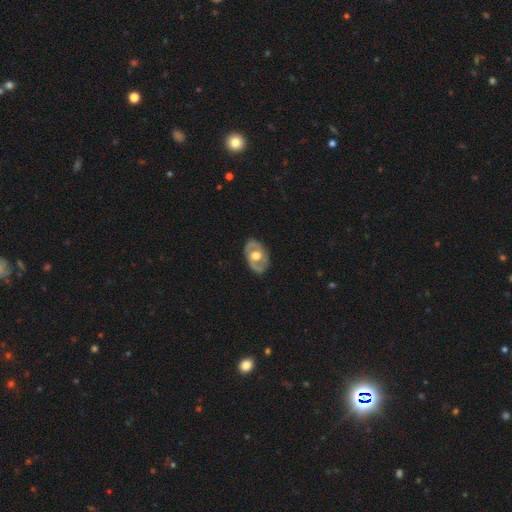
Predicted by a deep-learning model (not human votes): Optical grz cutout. It shows a featured or disk galaxy (71%) with no bar (63%), spiral arms (60%) and a moderate central bulge (61%). Merging: none (80%).